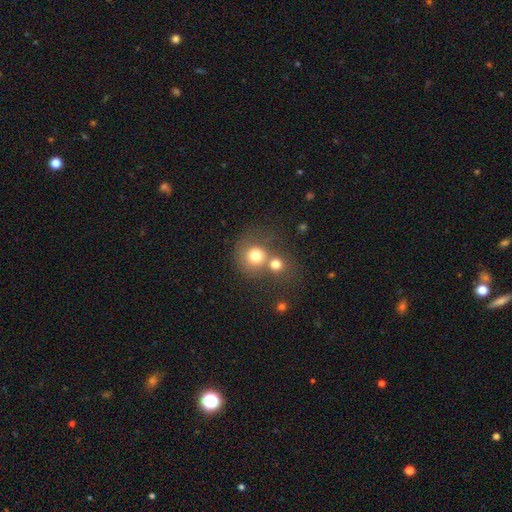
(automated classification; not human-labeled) Morphology: type=smooth (73%); roundness=round (85%); merging=merger (45%).